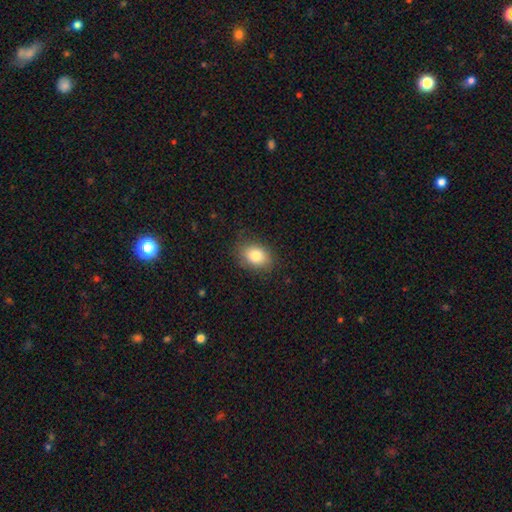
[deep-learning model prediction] This is clearly a smooth galaxy (82%). How rounded: likely in between (71%). Merging: clearly none (81%).